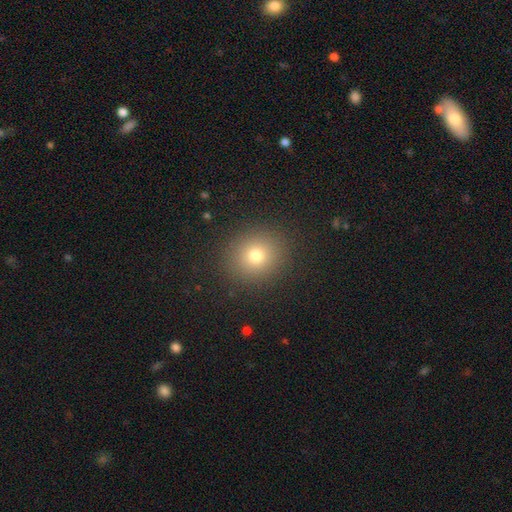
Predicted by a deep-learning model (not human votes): This is likely a smooth galaxy (74%). How rounded: clearly round (83%). Merging: clearly none (90%).